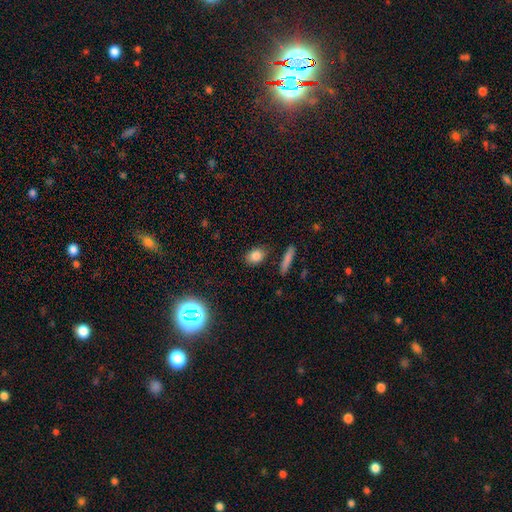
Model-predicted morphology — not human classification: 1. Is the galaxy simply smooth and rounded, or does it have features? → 83% smooth, 10% star or artifact, 7% featured or disk.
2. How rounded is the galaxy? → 69% in between, 26% round, 5% cigar-shaped.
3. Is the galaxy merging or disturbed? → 84% none, 10% minor disturbance, 3% merger, 3% major disturbance.